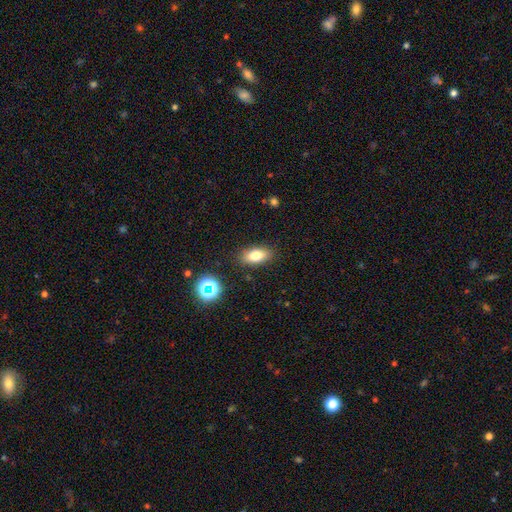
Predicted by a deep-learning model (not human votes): Smooth or featured: smooth — 76% (featured or disk — 13%)
How rounded: in between — 84% (cigar-shaped — 10%)
Merging: none — 86% (minor disturbance — 10%)